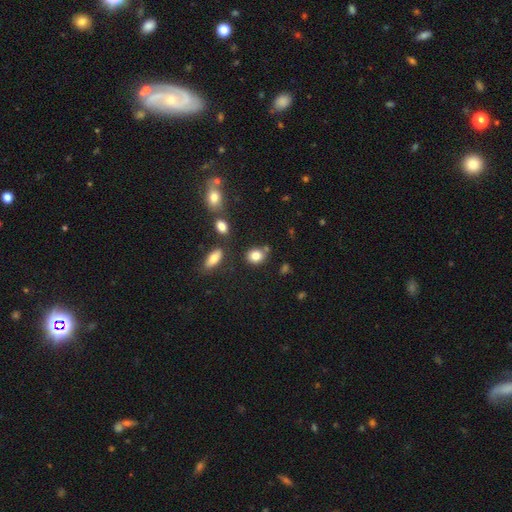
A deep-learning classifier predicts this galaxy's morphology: Smooth or featured? Predicted: smooth (p=0.83). How rounded? Predicted: round (p=0.57). Merging? Predicted: none (p=0.71).